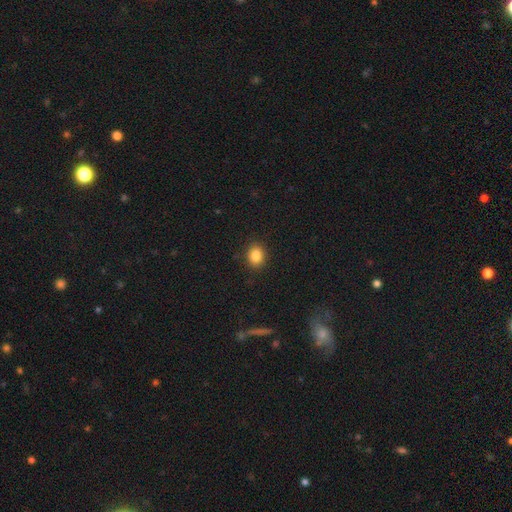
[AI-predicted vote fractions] Overall: smooth (85%). How rounded: round (55%; in between 44%). Merging: none (89%).